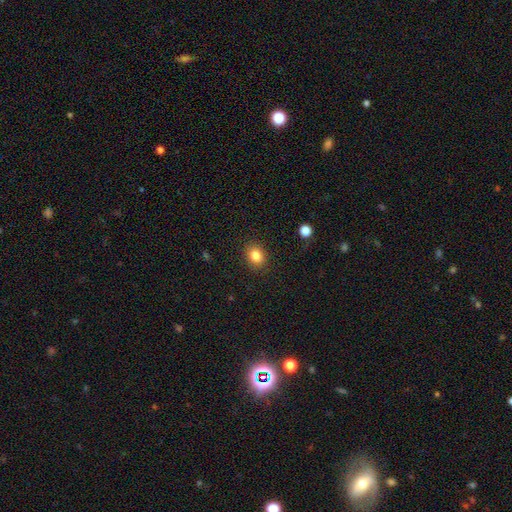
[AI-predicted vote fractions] A smooth galaxy with no disk features (84%) that is in between round and cigar-shaped (52%).

Vote fractions:
- Smooth or featured? smooth: 84% / star or artifact: 10% / featured or disk: 6%
- How rounded? in between: 52% / round: 47% / cigar-shaped: 1%
- Merging? none: 89% / minor disturbance: 8% / major disturbance: 2% / merger: 1%